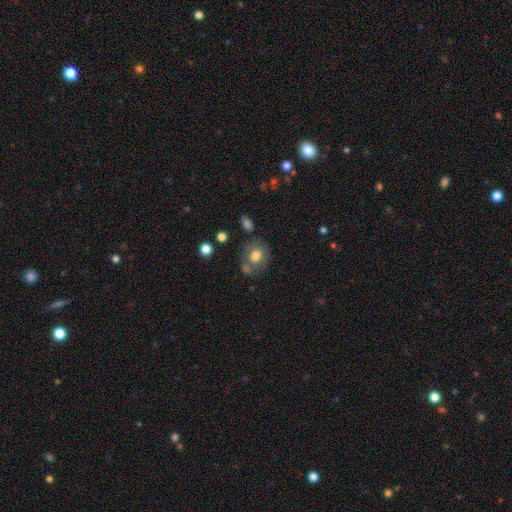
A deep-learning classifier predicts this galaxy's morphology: This is likely a smooth galaxy (61%). How rounded: possibly round (54%). Merging: likely none (63%).